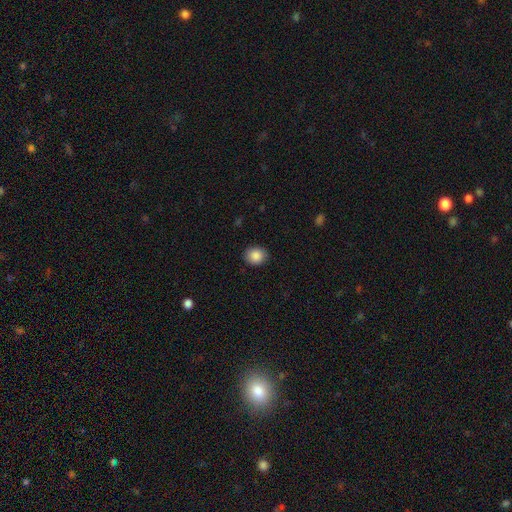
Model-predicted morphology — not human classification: smooth-or-featured: smooth: 88% | star or artifact: 8% | featured or disk: 4%
  how-rounded: round: 61% | in between: 38% | cigar-shaped: 1%
  merging: none: 88% | minor disturbance: 9% | major disturbance: 2% | merger: 1%